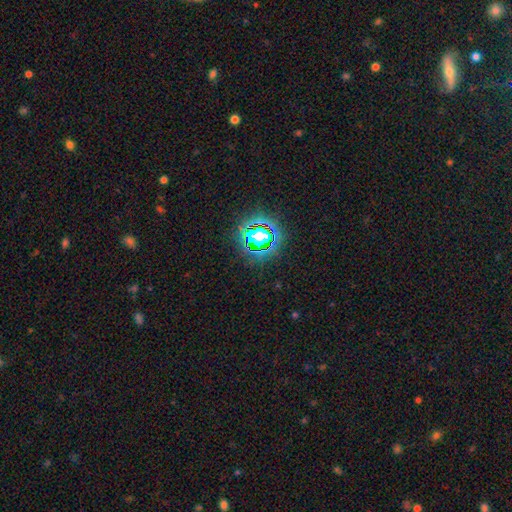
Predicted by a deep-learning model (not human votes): A star or artifact, not a galaxy (81%).

Vote fractions:
- Smooth or featured? star or artifact: 81% / smooth: 12% / featured or disk: 6%